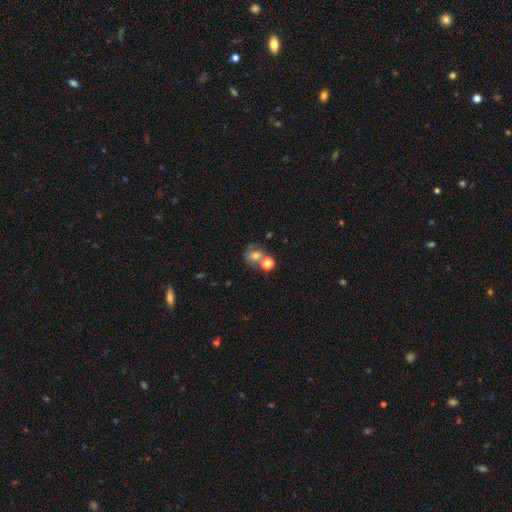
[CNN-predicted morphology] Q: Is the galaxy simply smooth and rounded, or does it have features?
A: smooth — 61%.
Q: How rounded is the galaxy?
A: round — 70%.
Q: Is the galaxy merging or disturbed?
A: none — 42%.